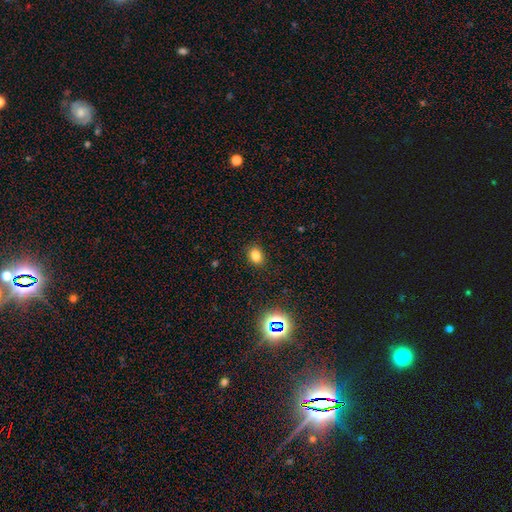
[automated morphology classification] Overall: smooth (79%). How rounded: in between (61%; round 38%). Merging: none (87%).